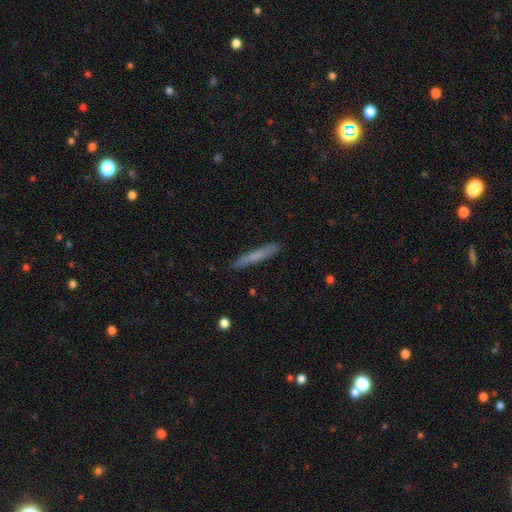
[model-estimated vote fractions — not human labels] Smooth or featured? smooth (67%)
How rounded? cigar-shaped (96%)
Merging? none (89%)